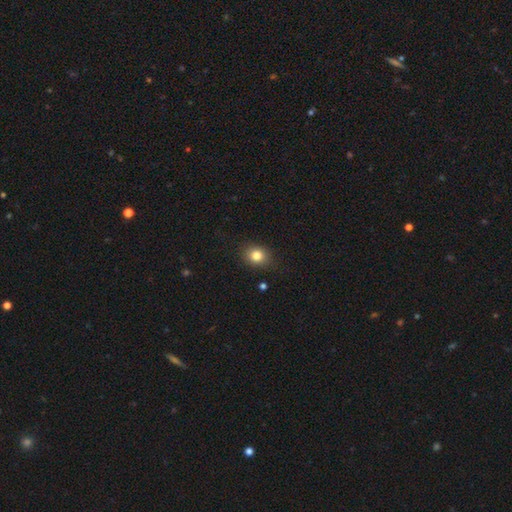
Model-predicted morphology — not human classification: A smooth galaxy with no disk features (83%) that is round (65%).

Vote fractions:
- Smooth or featured? smooth: 83% / star or artifact: 11% / featured or disk: 7%
- How rounded? round: 65% / in between: 34% / cigar-shaped: 1%
- Merging? none: 84% / minor disturbance: 11% / major disturbance: 3% / merger: 1%